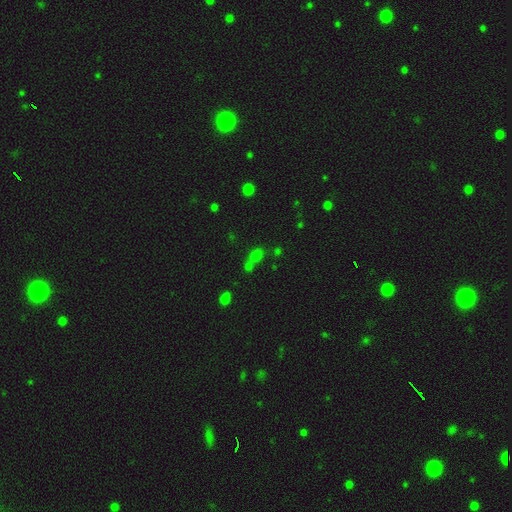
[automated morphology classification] This appears to be a smooth galaxy with no disk features (61%) that is round (54%). Merging: none (47%).